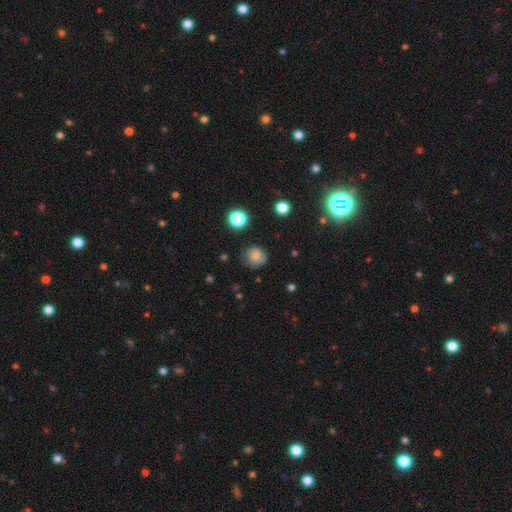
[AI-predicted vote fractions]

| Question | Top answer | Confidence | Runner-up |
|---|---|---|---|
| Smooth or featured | smooth | 75% | star or artifact (13%) |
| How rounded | round | 84% | in between (15%) |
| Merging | none | 68% | minor disturbance (23%) |